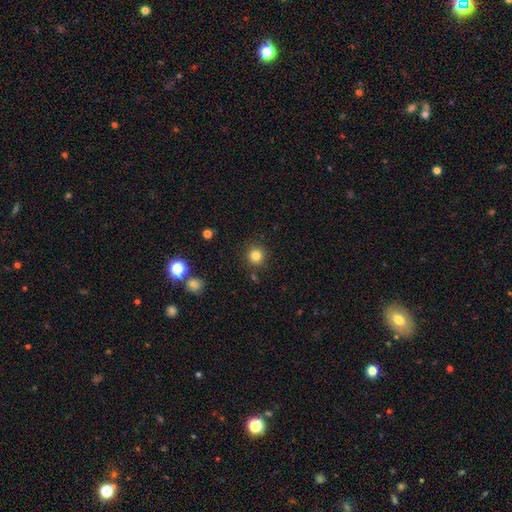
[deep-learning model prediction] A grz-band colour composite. It shows a smooth galaxy with no disk features (82%) that is round (94%). Merging: none (88%).